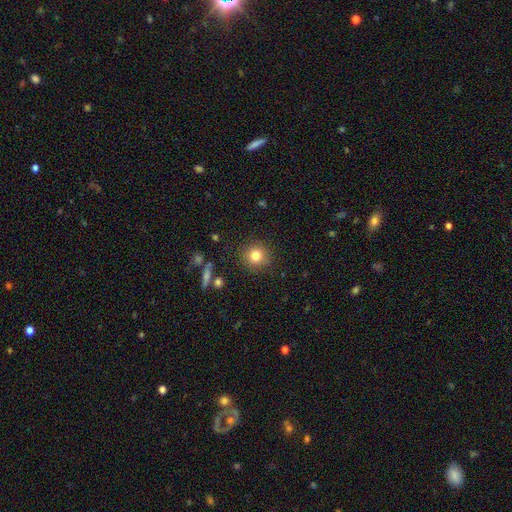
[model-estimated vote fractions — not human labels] Smooth or featured?
  - smooth: 80% *
  - star or artifact: 12%
  - featured or disk: 8%
How rounded?
  - round: 92% *
  - in between: 7%
  - cigar-shaped: 1%
Merging?
  - none: 89% *
  - minor disturbance: 7%
  - major disturbance: 3%
  - merger: 2%